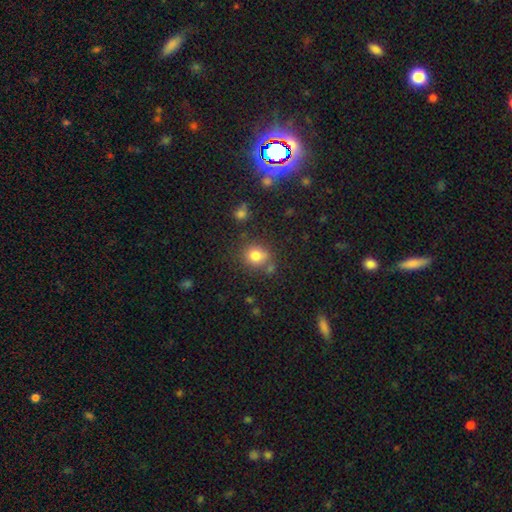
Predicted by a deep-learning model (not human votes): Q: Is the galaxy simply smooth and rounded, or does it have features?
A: smooth — 80%.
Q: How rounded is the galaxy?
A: round — 78%.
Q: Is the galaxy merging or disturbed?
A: none — 71%.